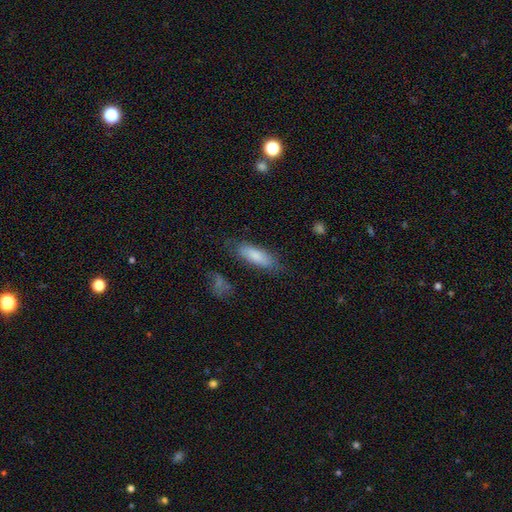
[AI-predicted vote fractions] smooth_or_featured: smooth (p=0.81) [alt: featured or disk p=0.12]
how_rounded: in between (p=0.63) [alt: cigar-shaped p=0.35]
merging: none (p=0.75) [alt: minor disturbance p=0.16]